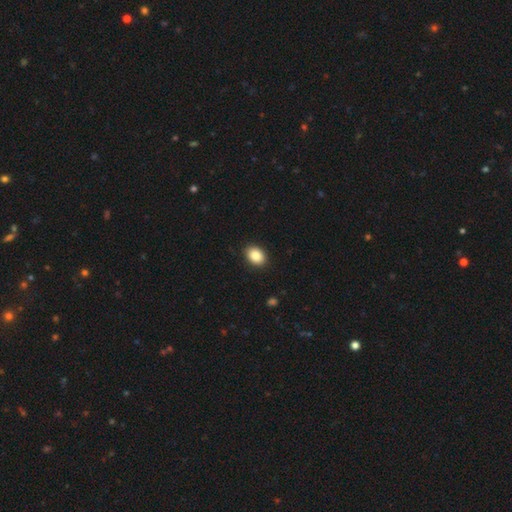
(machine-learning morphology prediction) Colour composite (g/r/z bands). It shows a smooth galaxy with no disk features (88%) that is in between round and cigar-shaped (74%). Merging: none (90%).